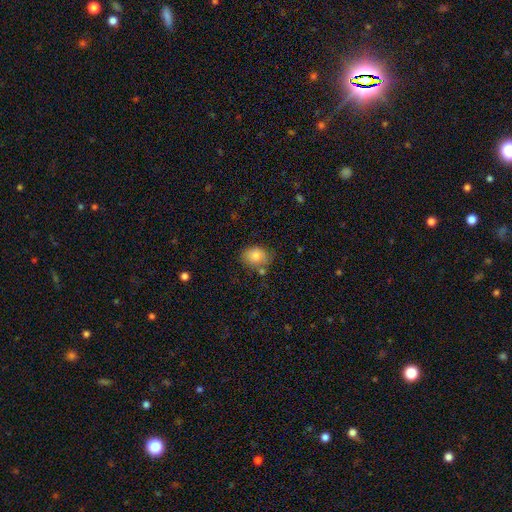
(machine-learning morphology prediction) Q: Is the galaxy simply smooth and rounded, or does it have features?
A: smooth — 83%.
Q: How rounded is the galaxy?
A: in between — 62%.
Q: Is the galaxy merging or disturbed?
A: none — 68%.